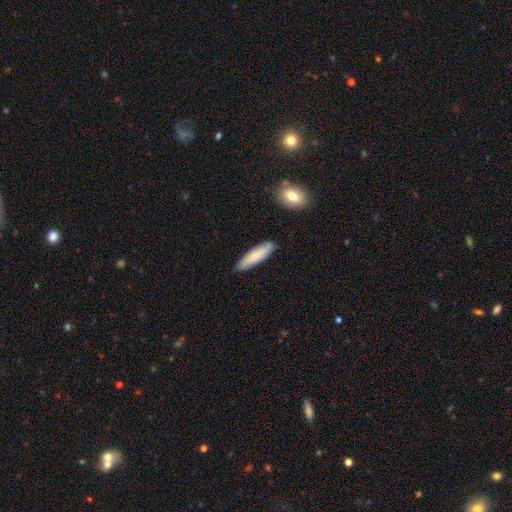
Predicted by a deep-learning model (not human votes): Overall: smooth (79%). How rounded: cigar-shaped (71%). Merging: none (84%).